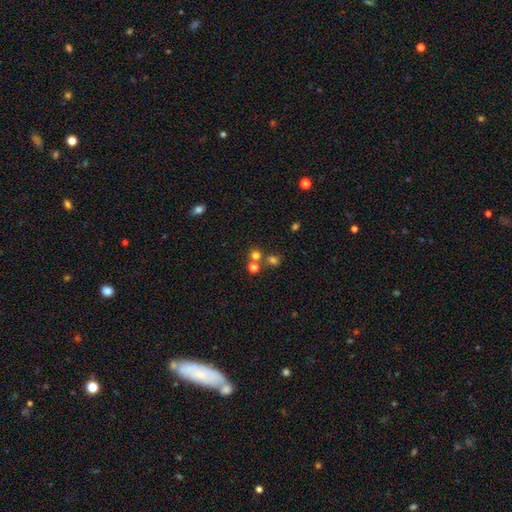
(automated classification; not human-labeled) Smooth or featured? Predicted: smooth (p=0.69). How rounded? Predicted: round (p=0.87). Merging? Predicted: none (p=0.60).